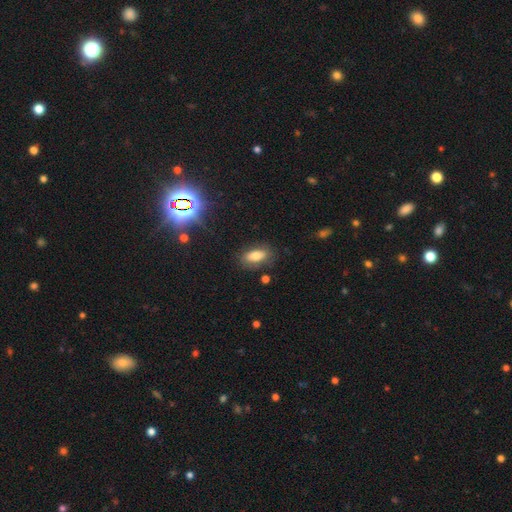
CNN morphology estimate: smooth_or_featured: smooth (p=0.71) [alt: featured or disk p=0.17]
how_rounded: in between (p=0.87) [alt: cigar-shaped p=0.07]
merging: none (p=0.79) [alt: minor disturbance p=0.14]